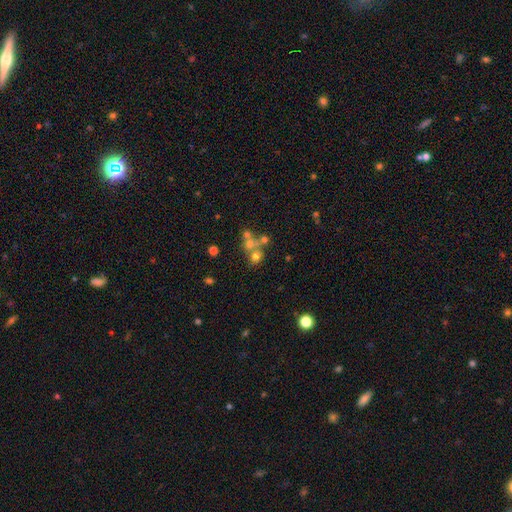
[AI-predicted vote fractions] smooth_or_featured: smooth (p=0.43) [alt: star or artifact p=0.33]
merging: none (p=0.45) [alt: merger p=0.42]